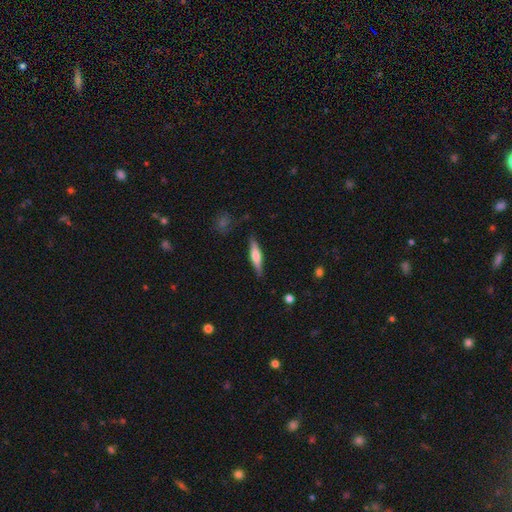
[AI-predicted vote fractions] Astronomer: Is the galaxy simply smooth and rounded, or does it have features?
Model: smooth — 56% (runner-up: featured or disk, 38%).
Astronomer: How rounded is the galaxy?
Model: cigar-shaped — 80%.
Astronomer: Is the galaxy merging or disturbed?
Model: none — 85%.